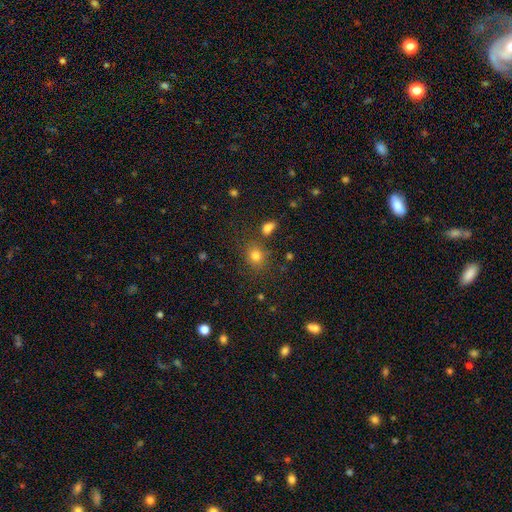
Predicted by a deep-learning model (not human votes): Overall: smooth (77%). How rounded: round (65%; in between 33%). Merging: none (74%).